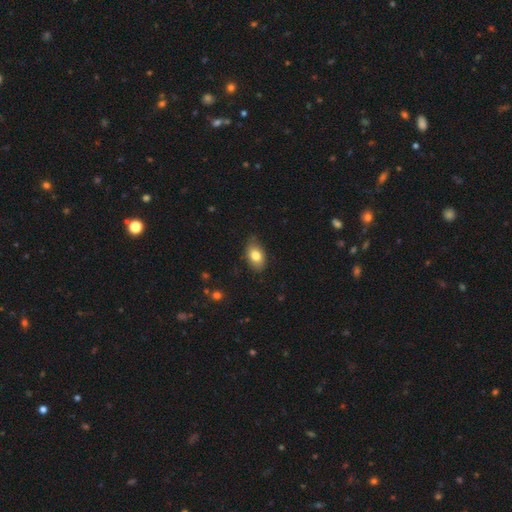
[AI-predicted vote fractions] The model was most divided on "merging": none: 78%, minor disturbance: 18%, major disturbance: 3%, merger: 1%. More confident: how rounded — in between (89%); smooth or featured — smooth (80%).